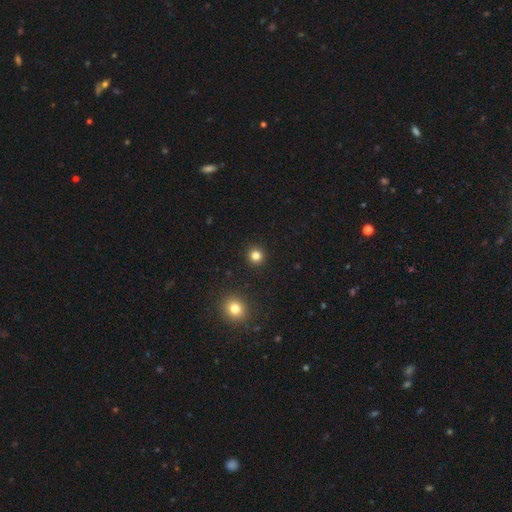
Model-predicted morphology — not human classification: smooth-or-featured: smooth: 81% | star or artifact: 14% | featured or disk: 5%
  how-rounded: round: 93% | in between: 6% | cigar-shaped: 1%
  merging: none: 92% | minor disturbance: 4% | major disturbance: 2% | merger: 1%